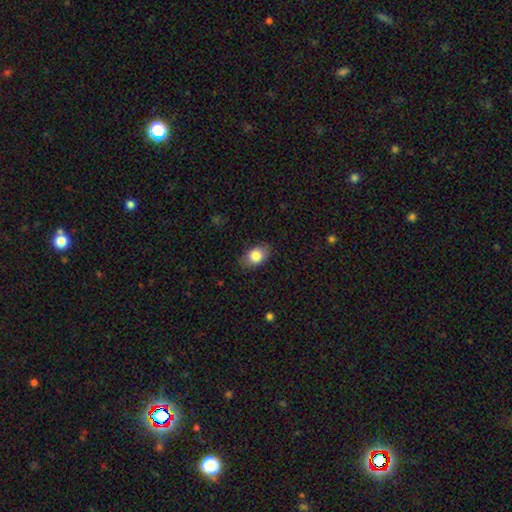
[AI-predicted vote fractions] Smooth or featured: smooth — 82% (featured or disk — 10%)
How rounded: in between — 81% (round — 17%)
Merging: none — 83% (minor disturbance — 13%)